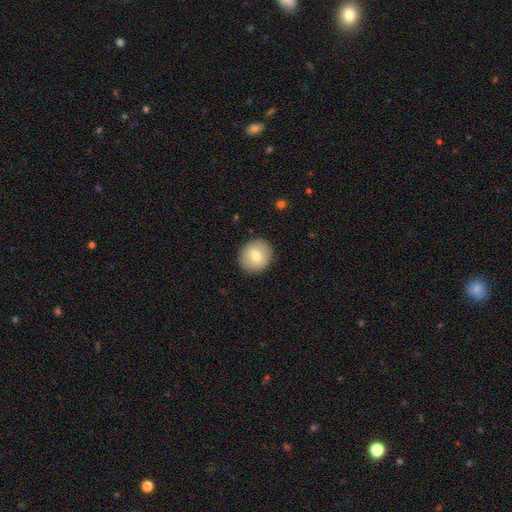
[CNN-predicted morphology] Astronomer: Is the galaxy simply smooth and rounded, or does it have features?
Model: smooth — 73%.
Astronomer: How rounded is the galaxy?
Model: round — 87%.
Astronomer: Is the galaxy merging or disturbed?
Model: none — 90%.